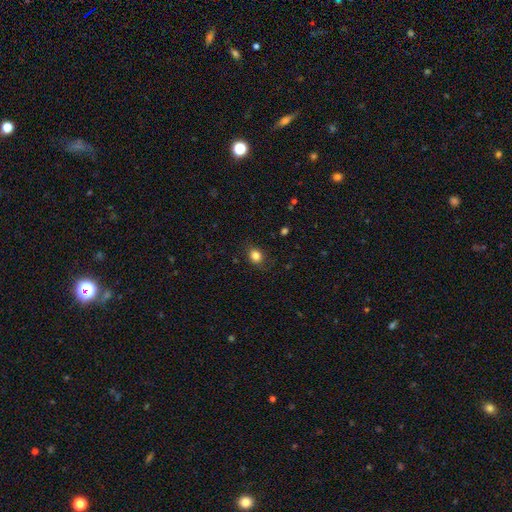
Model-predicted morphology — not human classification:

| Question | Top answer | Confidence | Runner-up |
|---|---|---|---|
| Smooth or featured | smooth | 83% | star or artifact (11%) |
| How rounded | round | 61% | in between (38%) |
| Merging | none | 82% | minor disturbance (13%) |